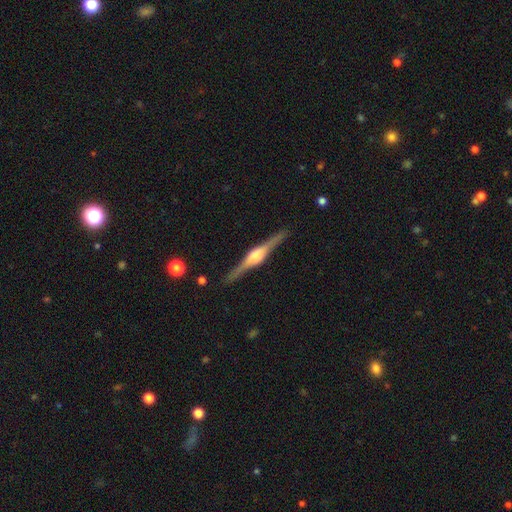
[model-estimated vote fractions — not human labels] A featured or disk galaxy (86%) viewed edge-on (98%) with a rounded central bulge (82%).

Vote fractions:
- Smooth or featured? featured or disk: 86% / smooth: 9% / star or artifact: 5%
- Edge-on disk? yes: 98% / no: 2%
- Edge-on bulge? rounded: 82% / boxy: 16% / none: 2%
- Merging? none: 90% / minor disturbance: 7% / major disturbance: 2% / merger: 1%